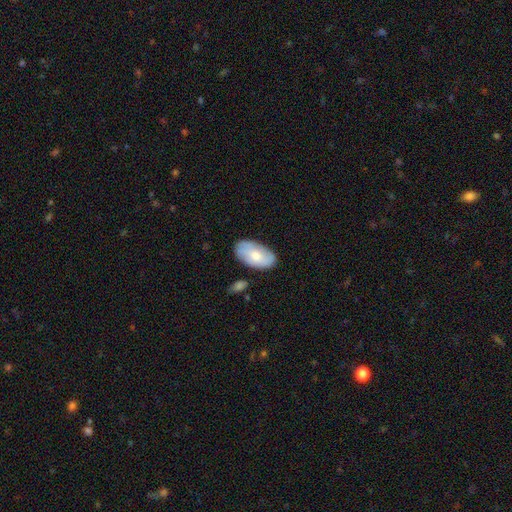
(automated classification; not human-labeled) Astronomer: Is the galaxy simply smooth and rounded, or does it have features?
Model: smooth — 65%.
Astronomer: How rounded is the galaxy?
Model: in between — 95%.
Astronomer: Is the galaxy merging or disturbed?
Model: none — 76%.